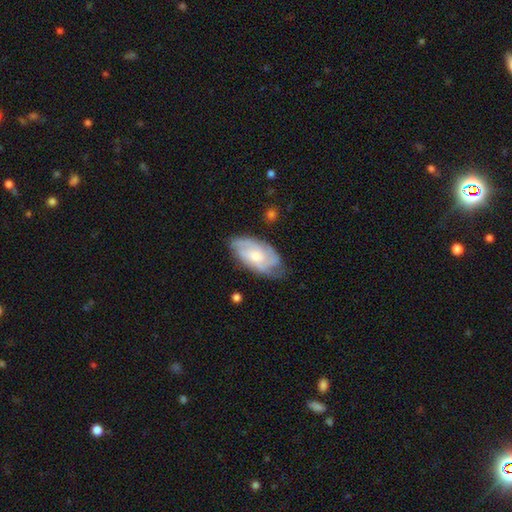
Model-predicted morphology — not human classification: smooth_or_featured: featured or disk (p=0.72) [alt: smooth p=0.22]
disk_edge_on: no (p=0.95) [alt: yes p=0.05]
bar: no (p=0.69) [alt: weak p=0.27]
has_spiral_arms: yes (p=0.94) [alt: no p=0.06]
spiral_winding: tight (p=0.51) [alt: medium p=0.39]
spiral_arm_count: 3 (p=0.38) [alt: can't tell p=0.24]
bulge_size: moderate (p=0.49) [alt: small p=0.39]
merging: none (p=0.71) [alt: minor disturbance p=0.22]